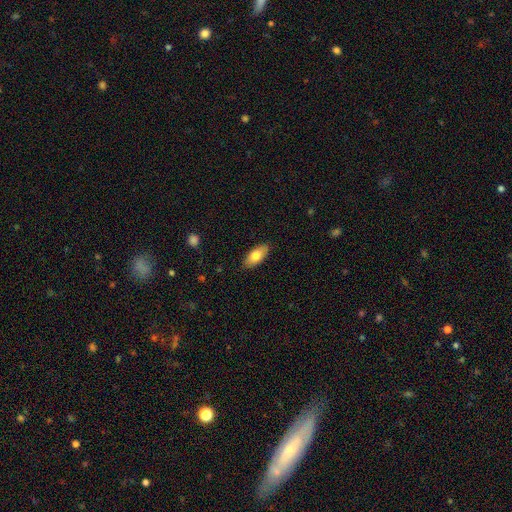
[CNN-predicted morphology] smooth-or-featured: smooth: 77% | featured or disk: 16% | star or artifact: 6%
  how-rounded: in between: 89% | cigar-shaped: 9% | round: 3%
  merging: none: 87% | minor disturbance: 10% | major disturbance: 2% | merger: 1%